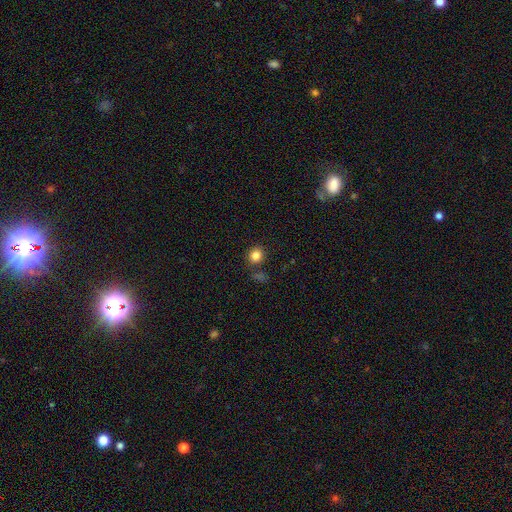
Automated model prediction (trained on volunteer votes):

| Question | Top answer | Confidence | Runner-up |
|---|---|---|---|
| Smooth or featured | smooth | 83% | star or artifact (12%) |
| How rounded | round | 86% | in between (13%) |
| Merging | none | 81% | minor disturbance (10%) |